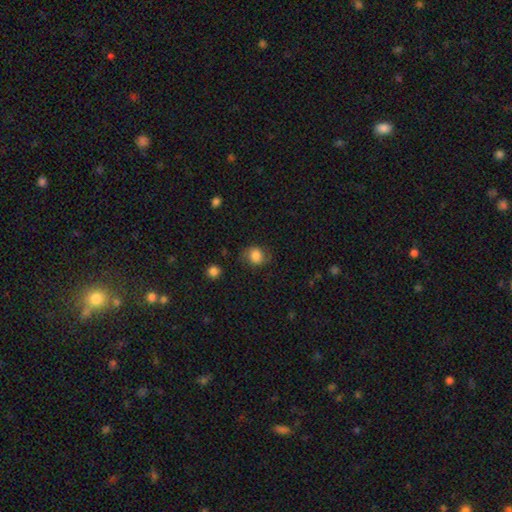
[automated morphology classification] smooth_or_featured: smooth (p=0.80) [alt: featured or disk p=0.11]
how_rounded: round (p=0.65) [alt: in between p=0.34]
merging: none (p=0.69) [alt: minor disturbance p=0.22]